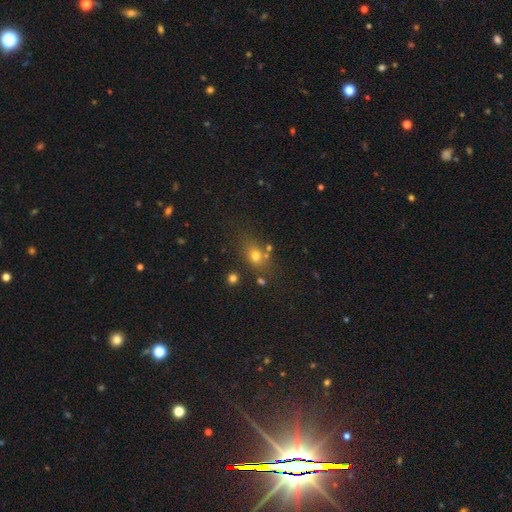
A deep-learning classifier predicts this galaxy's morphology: Smooth or featured? Predicted: smooth (p=0.68). How rounded? Predicted: in between (p=0.54). Merging? Predicted: none (p=0.64).